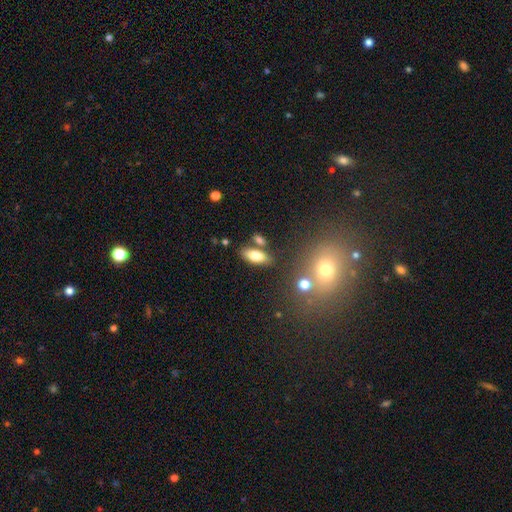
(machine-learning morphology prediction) Q: Smooth or featured?
A: smooth (76%); runner-up: featured or disk (16%)
Q: How rounded?
A: in between (85%); runner-up: cigar-shaped (12%)
Q: Merging?
A: none (72%); runner-up: merger (13%)